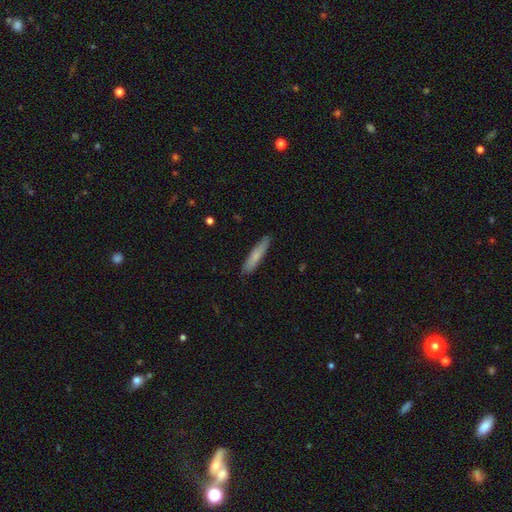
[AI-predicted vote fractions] Smooth or featured: smooth — 73% (featured or disk — 22%)
How rounded: cigar-shaped — 90% (in between — 9%)
Merging: none — 87% (minor disturbance — 10%)